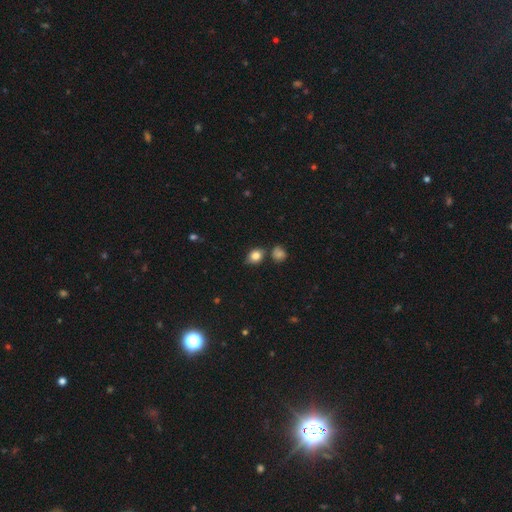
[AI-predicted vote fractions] Smooth or featured: smooth — 82% (star or artifact — 10%)
How rounded: in between — 52% (round — 47%)
Merging: none — 70% (minor disturbance — 18%)